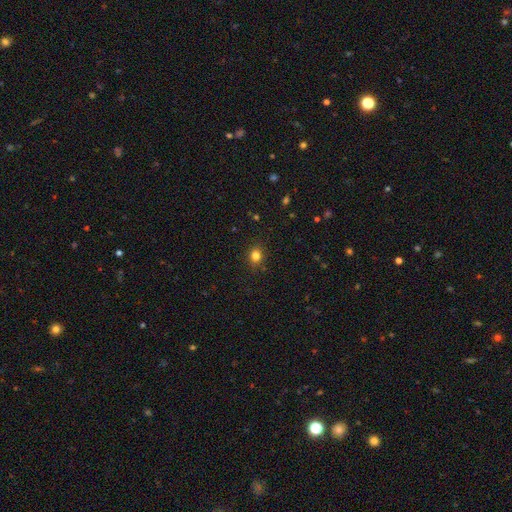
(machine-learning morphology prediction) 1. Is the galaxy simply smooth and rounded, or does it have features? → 81% smooth, 13% star or artifact, 5% featured or disk.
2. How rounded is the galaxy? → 63% round, 36% in between, 1% cigar-shaped.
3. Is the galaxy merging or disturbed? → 88% none, 9% minor disturbance, 2% major disturbance, 1% merger.